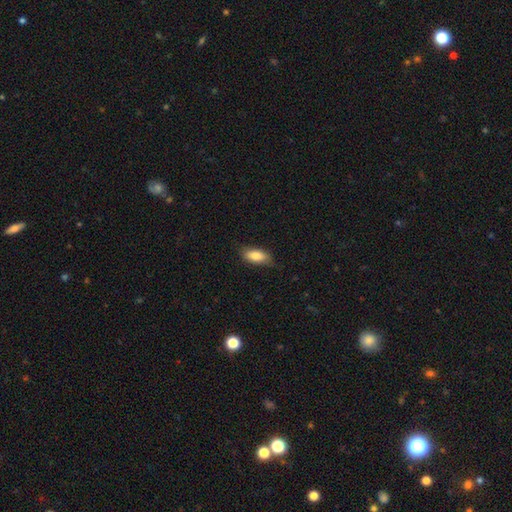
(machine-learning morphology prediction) This appears to be a smooth galaxy with no disk features (83%) that is in between round and cigar-shaped (84%). Merging: none (75%).